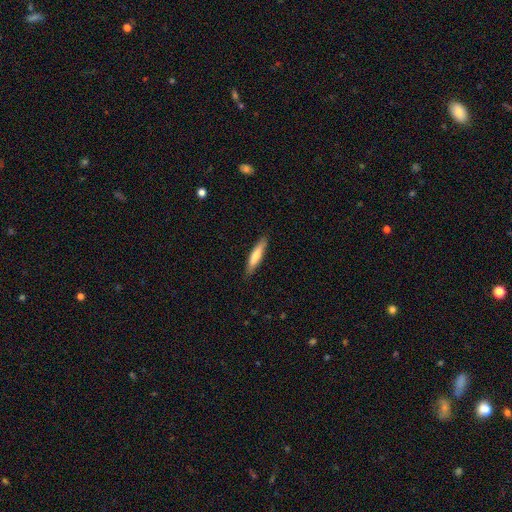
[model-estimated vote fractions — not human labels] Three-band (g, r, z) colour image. It shows a smooth galaxy with no disk features (73%) that is cigar-shaped (85%). Merging: none (87%).